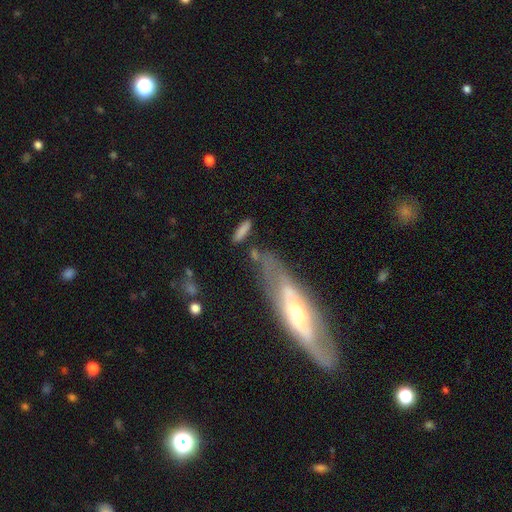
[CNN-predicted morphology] smooth_or_featured: smooth (p=0.48) [alt: featured or disk p=0.42]
merging: none (p=0.56) [alt: minor disturbance p=0.20]